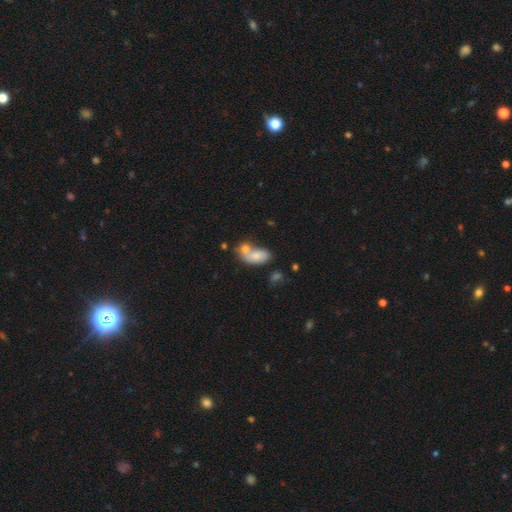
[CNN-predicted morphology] Smooth or featured? smooth (74%)
How rounded? in between (87%)
Merging? merger (58%)